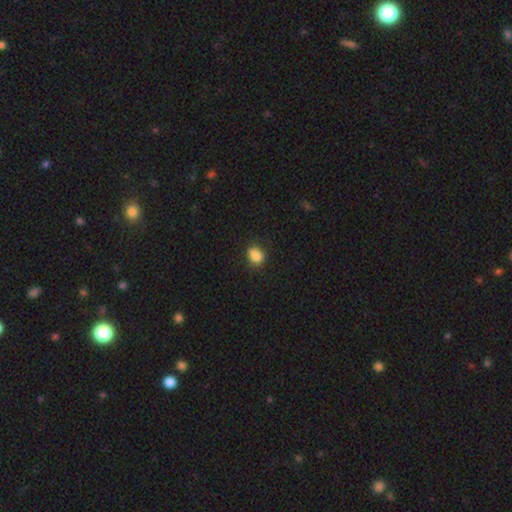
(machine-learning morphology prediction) Smooth or featured? smooth (84%)
How rounded? in between (57%)
Merging? none (69%)